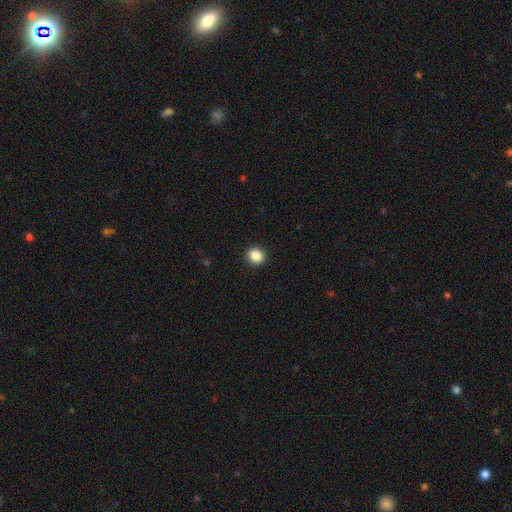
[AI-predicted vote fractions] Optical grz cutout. It shows a smooth galaxy with no disk features (87%) that is round (83%). Merging: none (93%).